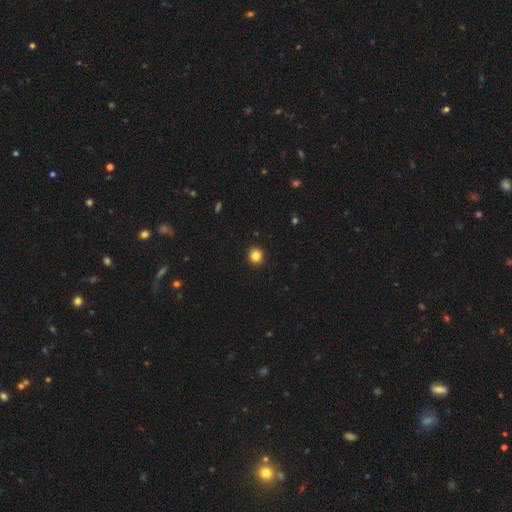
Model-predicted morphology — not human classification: type=smooth (85%); roundness=round (89%); merging=none (93%).